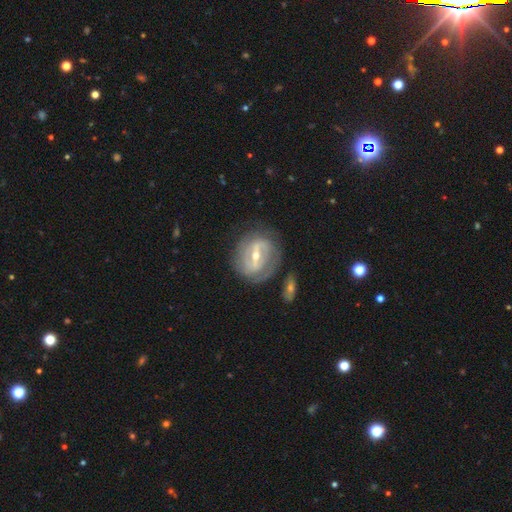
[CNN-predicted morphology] Smooth or featured? featured or disk (83%)
Edge-on disk? no (95%)
Bar? strong (55%)
Spiral arms? yes (83%)
Spiral winding? tight (55%)
Spiral arm count? 2 (58%)
Bulge size? moderate (52%)
Merging? none (73%)